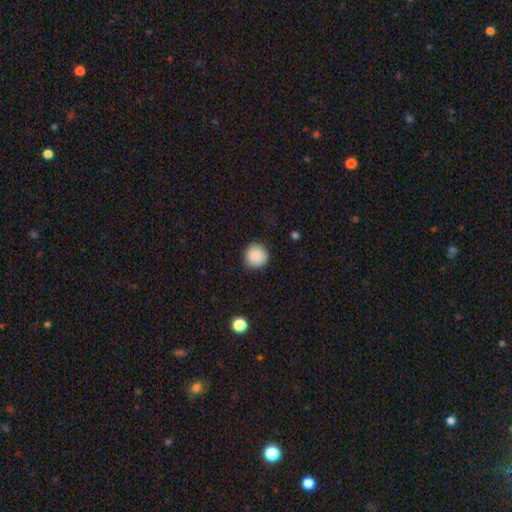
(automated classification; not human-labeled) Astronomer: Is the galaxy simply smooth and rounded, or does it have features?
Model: smooth — 88%.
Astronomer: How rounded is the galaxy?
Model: round — 94%.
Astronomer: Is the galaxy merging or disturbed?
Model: none — 88%.